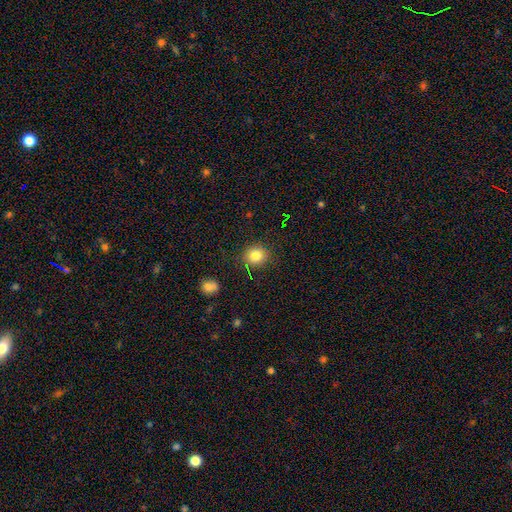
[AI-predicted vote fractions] Smooth or featured? Predicted: smooth (p=0.82). How rounded? Predicted: round (p=0.81). Merging? Predicted: none (p=0.86).